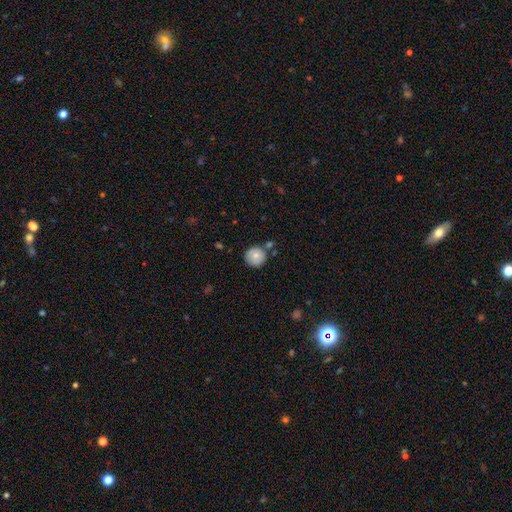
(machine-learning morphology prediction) Overall: smooth (70%). How rounded: round (92%). Merging: none (73%).